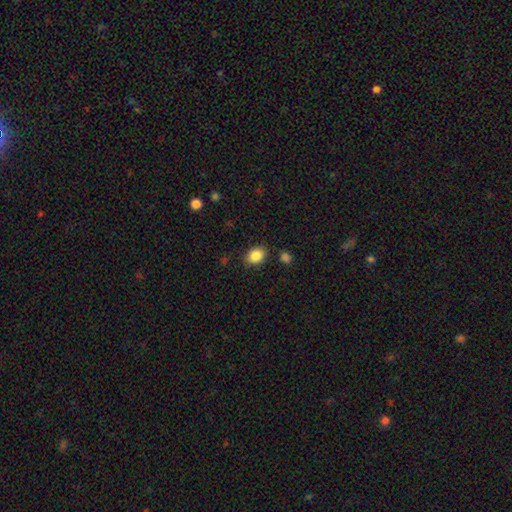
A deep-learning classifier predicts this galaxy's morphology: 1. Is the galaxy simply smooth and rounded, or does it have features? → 87% smooth, 9% star or artifact, 5% featured or disk.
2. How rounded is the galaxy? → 71% in between, 28% round, 1% cigar-shaped.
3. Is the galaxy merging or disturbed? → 82% none, 12% minor disturbance, 3% major disturbance, 3% merger.